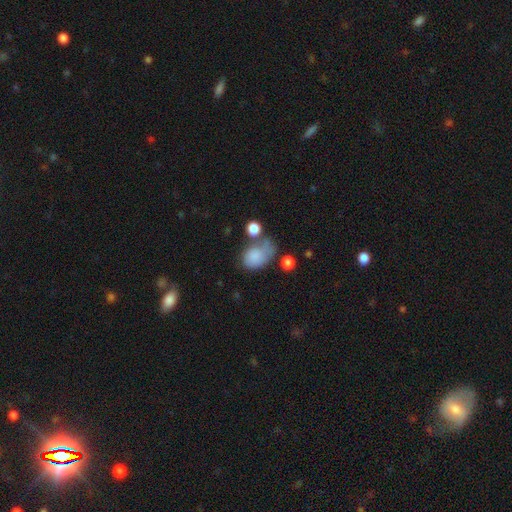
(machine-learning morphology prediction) The model was most divided on "merging": none: 29%, minor disturbance: 27%, major disturbance: 25%, merger: 19%. More confident: how rounded — in between (76%); smooth or featured — smooth (75%).